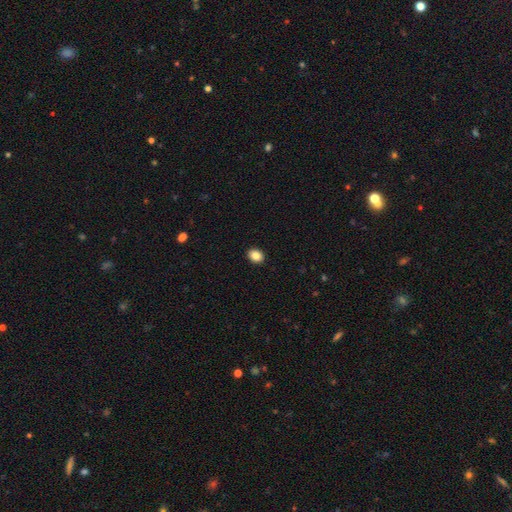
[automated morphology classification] A smooth galaxy with no disk features (86%) that is in between round and cigar-shaped (57%). Merging: none (92%).